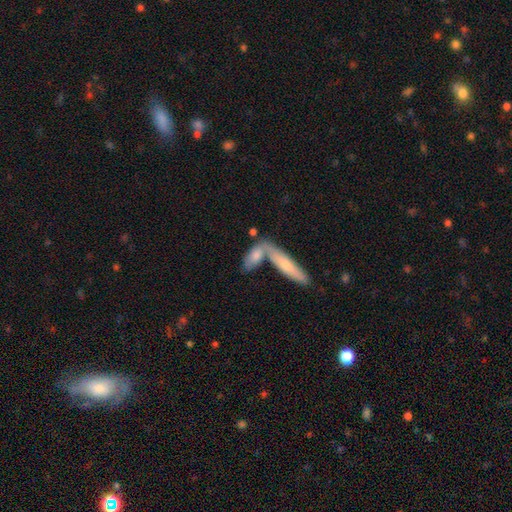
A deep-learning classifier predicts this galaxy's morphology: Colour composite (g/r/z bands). It shows a smooth galaxy with no disk features (68%) that is in between round and cigar-shaped (55%). Merging: merger (44%).